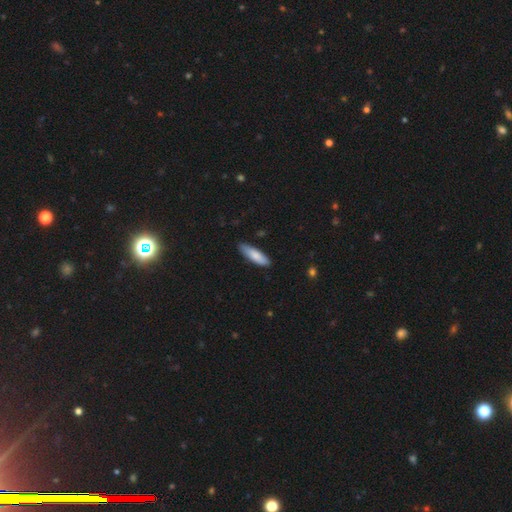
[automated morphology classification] This is clearly a smooth galaxy (81%). How rounded: possibly cigar-shaped (57%). Merging: clearly none (83%).